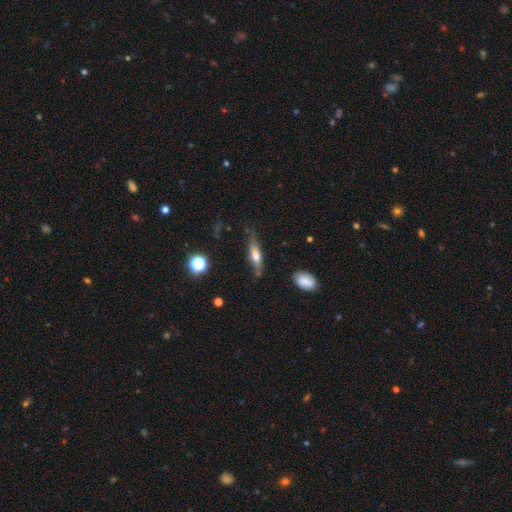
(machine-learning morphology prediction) This is possibly a smooth galaxy (49%). Merging: likely none (64%).